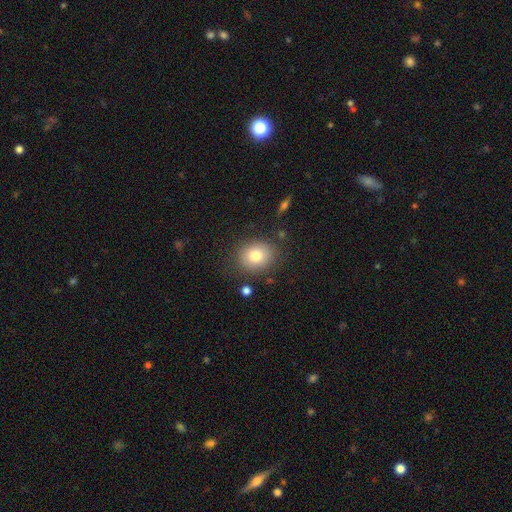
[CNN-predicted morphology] Smooth or featured? Predicted: smooth (p=0.78). How rounded? Predicted: round (p=0.69). Merging? Predicted: none (p=0.83).